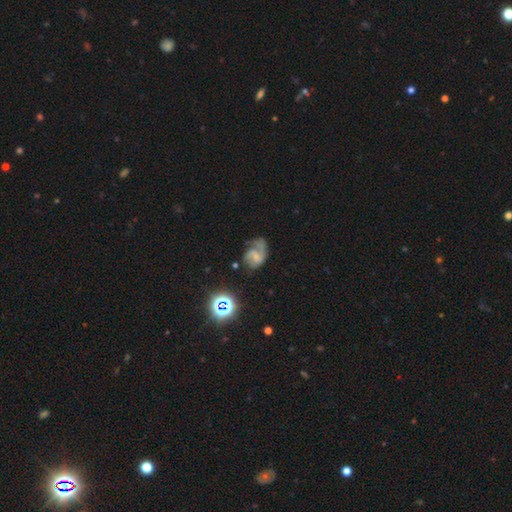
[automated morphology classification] featured or disk 77%, smooth 14%, star or artifact 10%. Down the decision tree: edge-on disk — no (98%); bar — weak (46%); spiral arms — yes (93%); spiral arm count — 2 (58%); spiral winding — medium (49%); bulge size — small (55%); merging — none (44%).